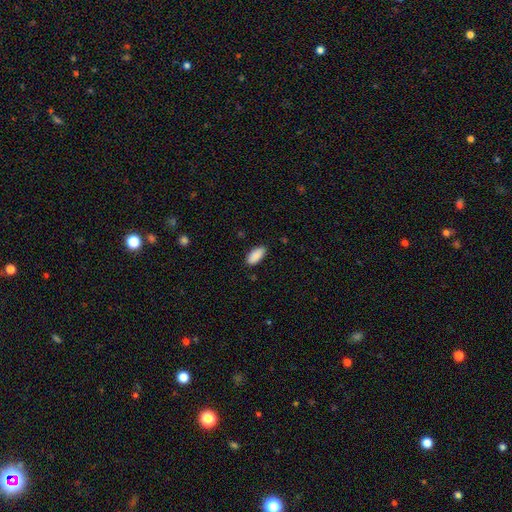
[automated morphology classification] This is clearly a smooth galaxy (90%). How rounded: clearly in between (90%). Merging: clearly none (85%).